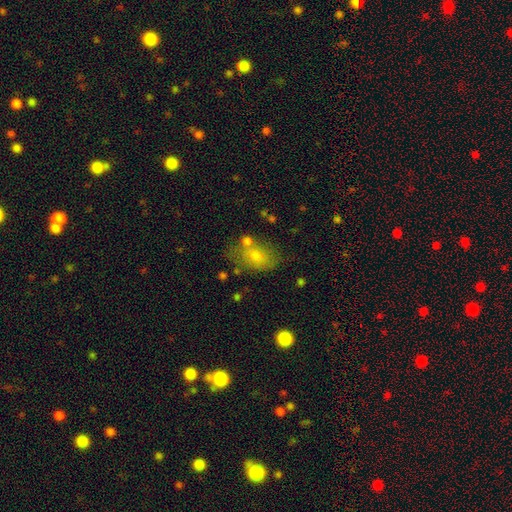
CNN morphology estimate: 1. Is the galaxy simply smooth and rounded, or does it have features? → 68% smooth, 20% featured or disk, 12% star or artifact.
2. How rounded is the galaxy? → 77% in between, 21% round, 2% cigar-shaped.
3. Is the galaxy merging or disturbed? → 55% none, 20% minor disturbance, 15% merger, 9% major disturbance.